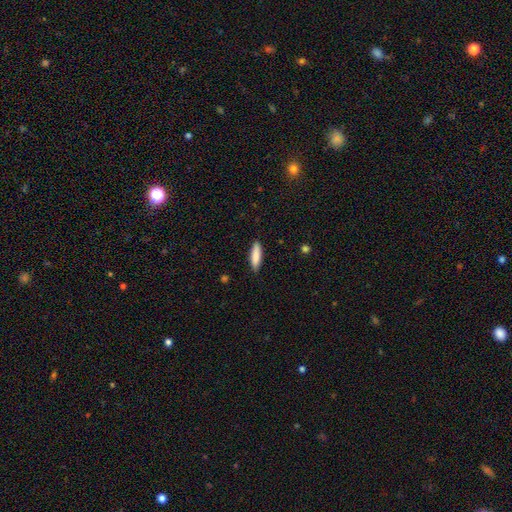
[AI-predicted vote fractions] Smooth or featured? smooth (86%)
How rounded? cigar-shaped (64%)
Merging? none (87%)